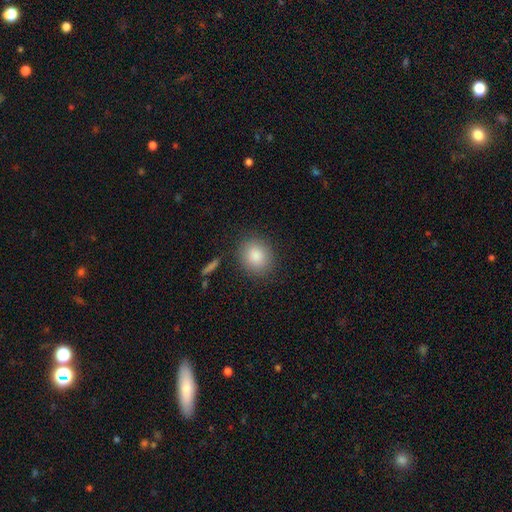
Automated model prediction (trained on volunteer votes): Q: Smooth or featured?
A: smooth (86%); runner-up: star or artifact (8%)
Q: How rounded?
A: round (71%); runner-up: in between (27%)
Q: Merging?
A: none (85%); runner-up: minor disturbance (9%)